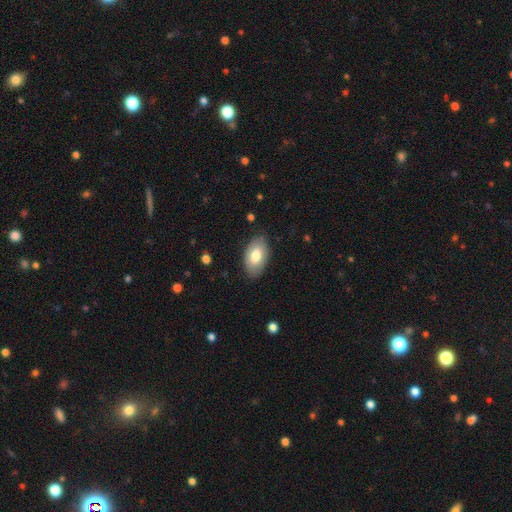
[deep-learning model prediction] This appears to be a smooth galaxy with no disk features (76%) that is in between round and cigar-shaped (94%). Merging: none (82%).